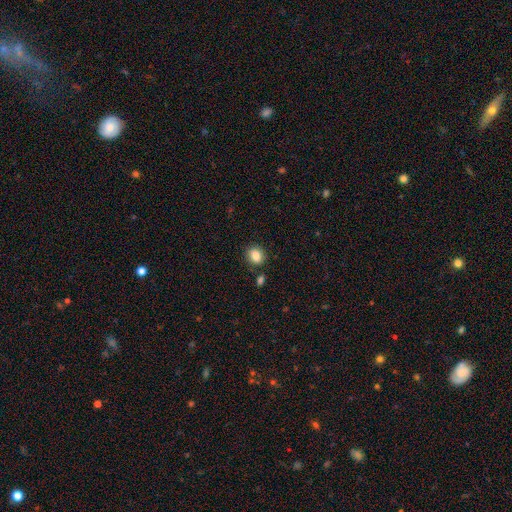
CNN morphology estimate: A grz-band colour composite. It shows a smooth galaxy with no disk features (86%) that is round (58%). Merging: none (81%).